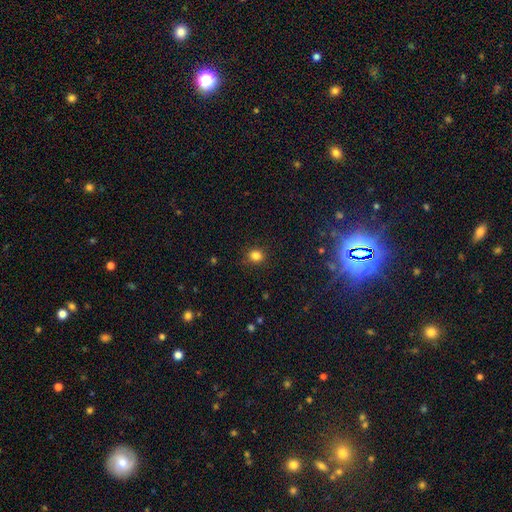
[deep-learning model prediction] This appears to be a smooth galaxy with no disk features (83%) that is round (84%). Merging: none (89%).